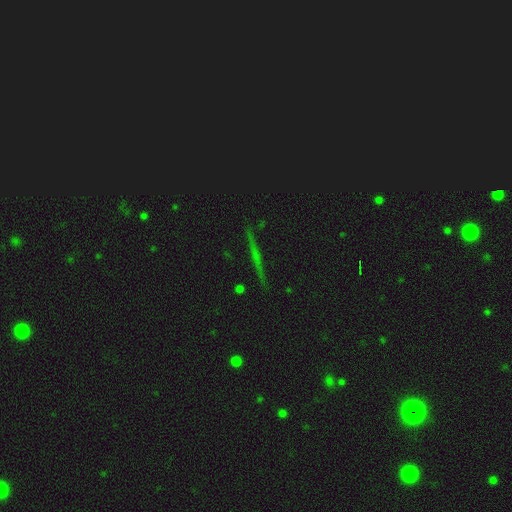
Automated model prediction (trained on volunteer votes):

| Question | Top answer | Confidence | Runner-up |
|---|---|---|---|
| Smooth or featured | featured or disk | 45% | star or artifact (34%) |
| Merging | none | 89% | minor disturbance (7%) |